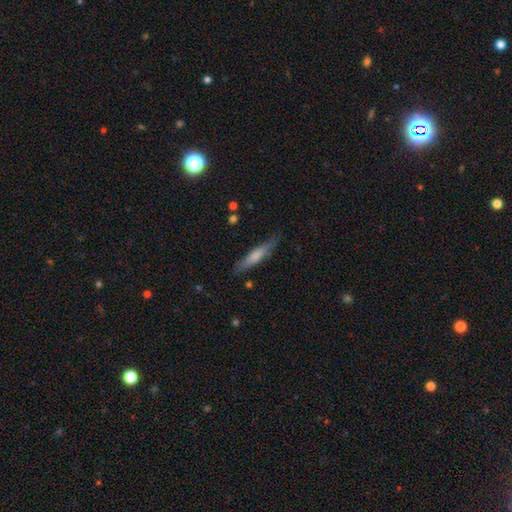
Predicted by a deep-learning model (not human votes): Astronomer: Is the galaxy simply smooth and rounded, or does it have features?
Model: smooth — 59% (runner-up: featured or disk, 35%).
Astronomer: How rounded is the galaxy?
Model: cigar-shaped — 85%.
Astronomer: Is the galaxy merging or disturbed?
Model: none — 81%.